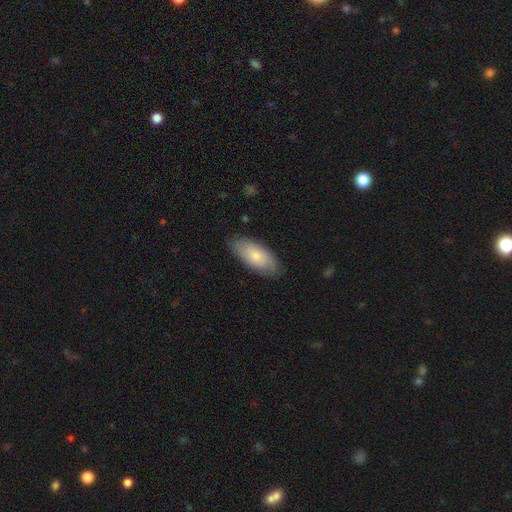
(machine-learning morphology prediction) This is likely a smooth galaxy (76%). How rounded: clearly in between (86%). Merging: clearly none (82%).